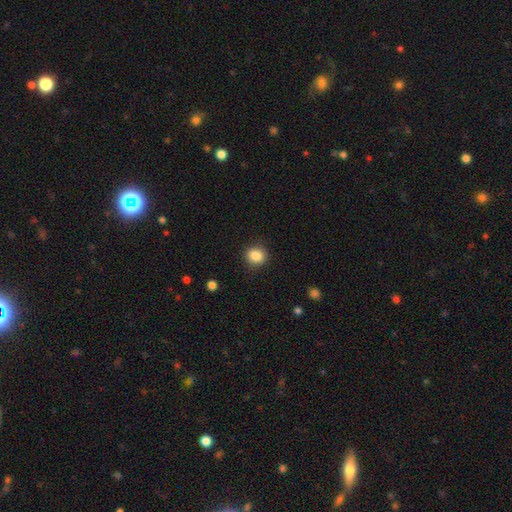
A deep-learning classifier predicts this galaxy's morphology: This appears to be a smooth galaxy with no disk features (86%) that is round (80%). Merging: none (88%).